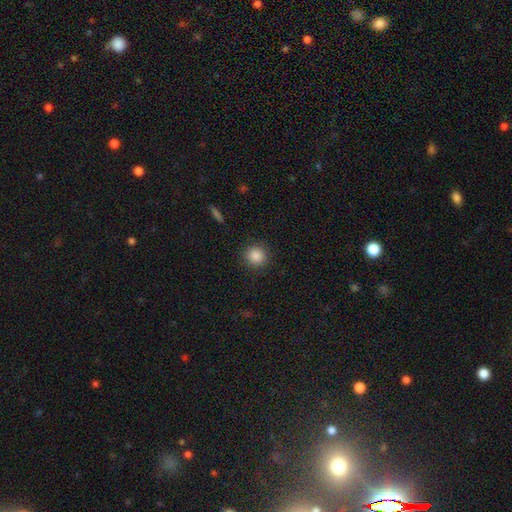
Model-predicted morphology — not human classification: Smooth or featured? Predicted: smooth (p=0.86). How rounded? Predicted: round (p=0.92). Merging? Predicted: none (p=0.90).